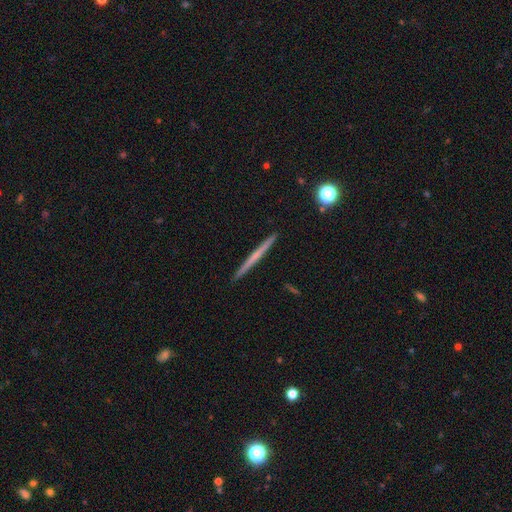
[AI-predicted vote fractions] Smooth or featured?
  - featured or disk: 54% *
  - smooth: 39%
  - star or artifact: 6%
Edge-on disk?
  - yes: 98% *
  - no: 2%
Edge-on bulge?
  - none: 81% *
  - rounded: 15%
  - boxy: 4%
Merging?
  - none: 93% *
  - minor disturbance: 5%
  - major disturbance: 1%
  - merger: 1%